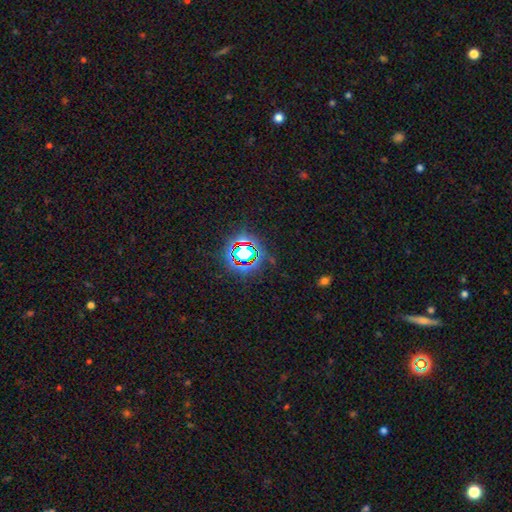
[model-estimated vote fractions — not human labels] Overall: star or artifact (77%).